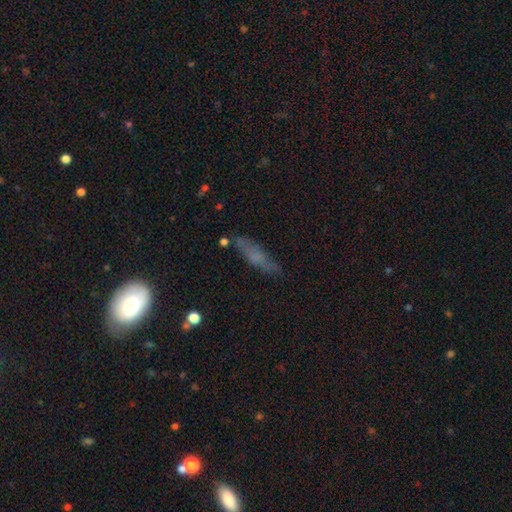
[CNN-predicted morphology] Smooth or featured: smooth — 49% (featured or disk — 37%)
Merging: none — 70% (minor disturbance — 19%)